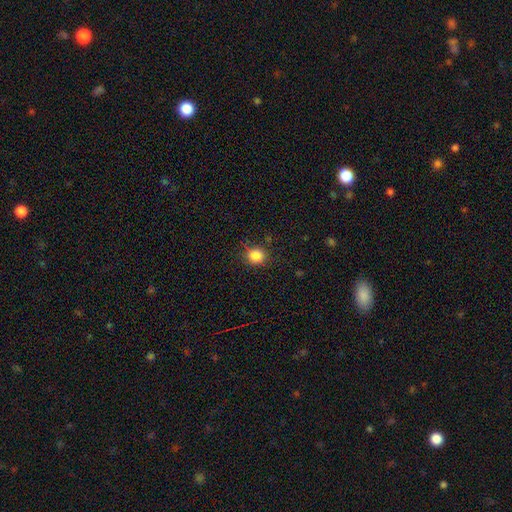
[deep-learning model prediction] Smooth or featured? smooth (85%)
How rounded? round (85%)
Merging? none (83%)